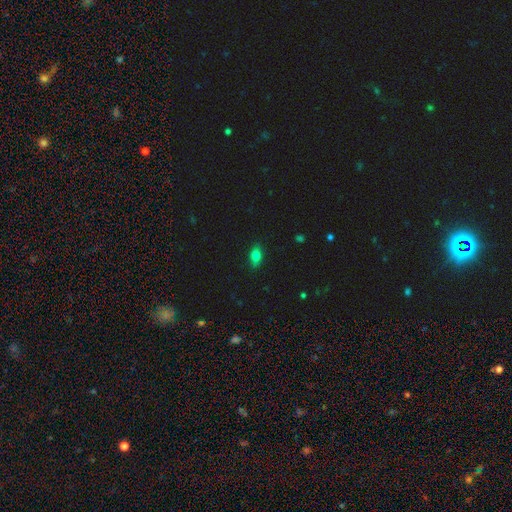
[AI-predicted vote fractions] Smooth or featured? smooth (78%)
How rounded? in between (84%)
Merging? none (85%)